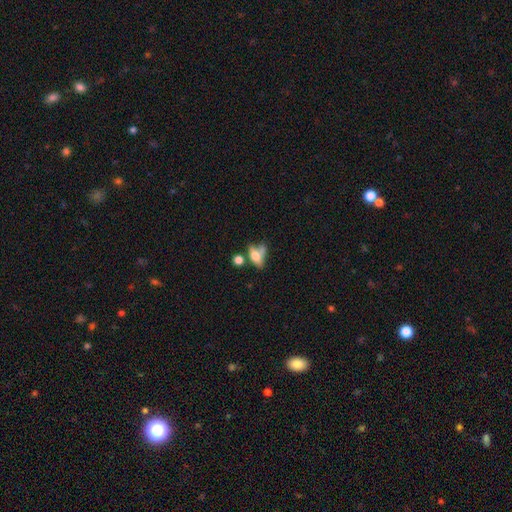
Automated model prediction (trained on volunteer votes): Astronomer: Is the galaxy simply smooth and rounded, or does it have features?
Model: smooth — 62%.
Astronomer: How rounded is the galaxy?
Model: in between — 74%.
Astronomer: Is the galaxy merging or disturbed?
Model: none — 33% (runner-up: merger, 32%).